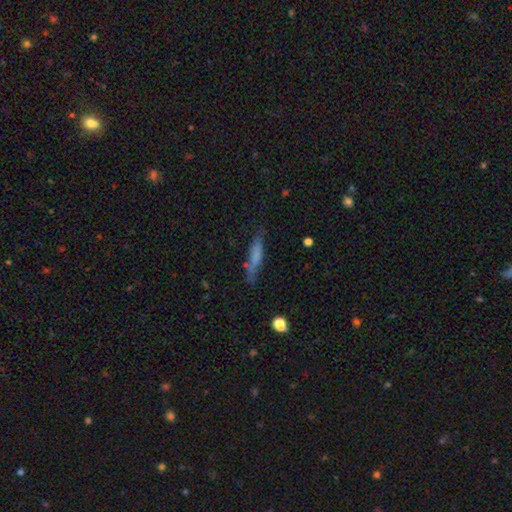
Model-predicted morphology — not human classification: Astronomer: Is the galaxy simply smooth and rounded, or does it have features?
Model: smooth — 65%.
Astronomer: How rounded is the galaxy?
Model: cigar-shaped — 85%.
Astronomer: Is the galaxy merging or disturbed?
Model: none — 69%.